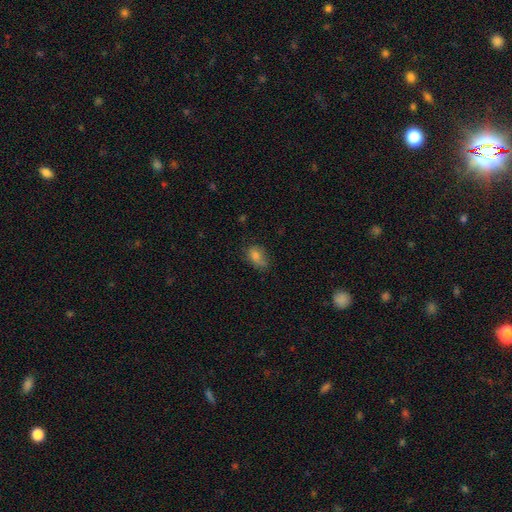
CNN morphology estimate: type=smooth (76%); roundness=in between (78%); merging=none (57%).